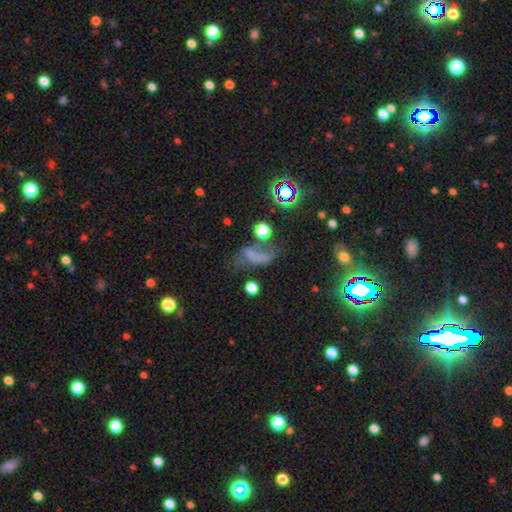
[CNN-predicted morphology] Smooth or featured: smooth — 38% (featured or disk — 36%)
Merging: none — 35% (major disturbance — 33%)